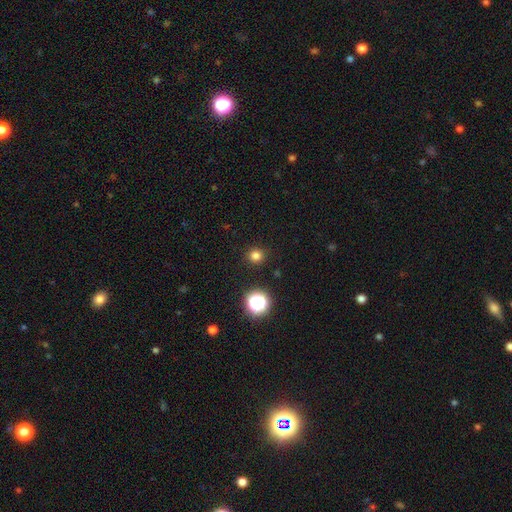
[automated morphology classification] Smooth or featured? smooth (78%)
How rounded? round (92%)
Merging? none (91%)